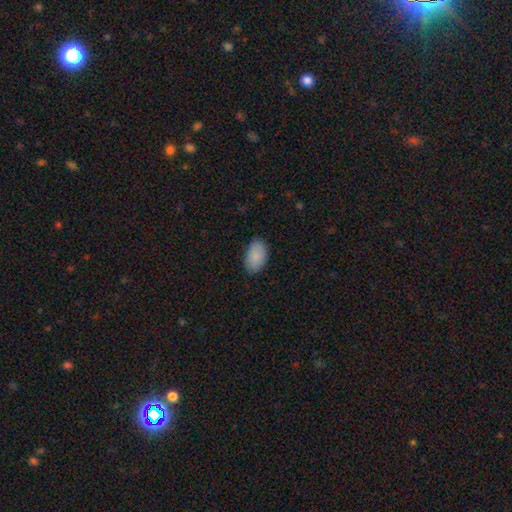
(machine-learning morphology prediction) A smooth galaxy with no disk features (90%) that is in between round and cigar-shaped (94%). Merging: none (85%).